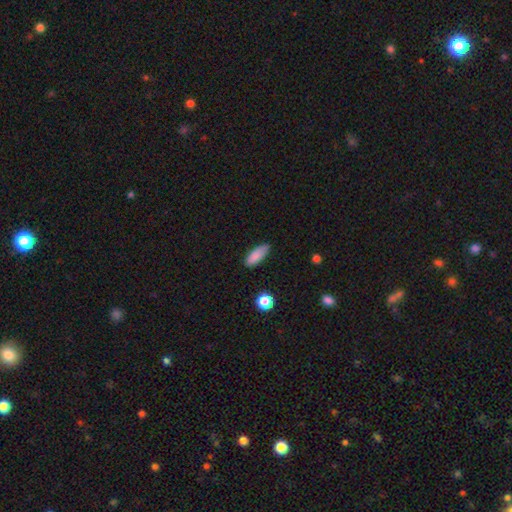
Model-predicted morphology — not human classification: This is clearly a smooth galaxy (86%). How rounded: likely in between (68%). Merging: likely none (80%).